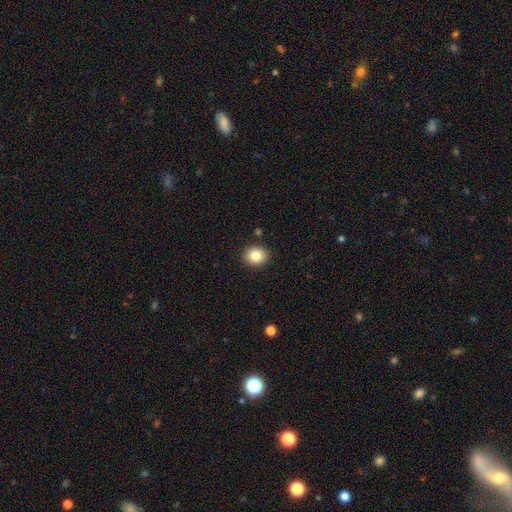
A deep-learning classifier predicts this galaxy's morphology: Smooth or featured: smooth — 83% (star or artifact — 10%)
How rounded: round — 74% (in between — 25%)
Merging: none — 90% (minor disturbance — 7%)